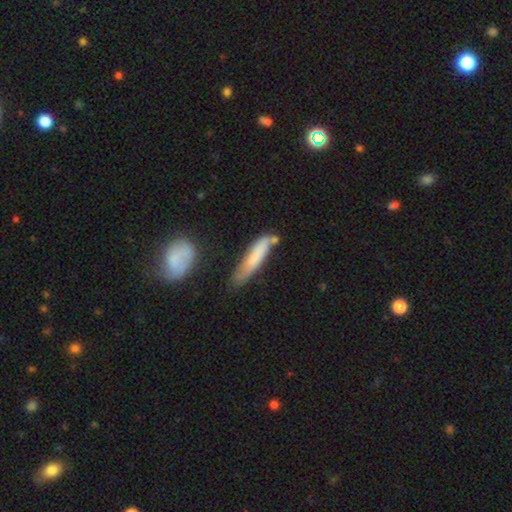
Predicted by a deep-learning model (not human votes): smooth 72%, featured or disk 22%, star or artifact 7%. Down the decision tree: how rounded — cigar-shaped (85%); merging — none (57%).